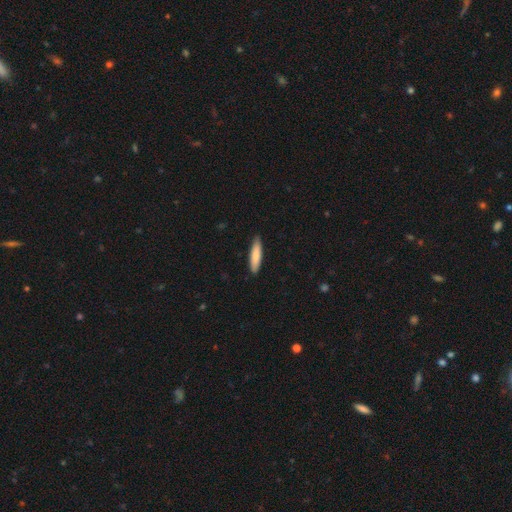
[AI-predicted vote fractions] The model was most divided on "how rounded": cigar-shaped: 77%, in between: 22%, round: 1%. More confident: merging — none (88%); smooth or featured — smooth (82%).